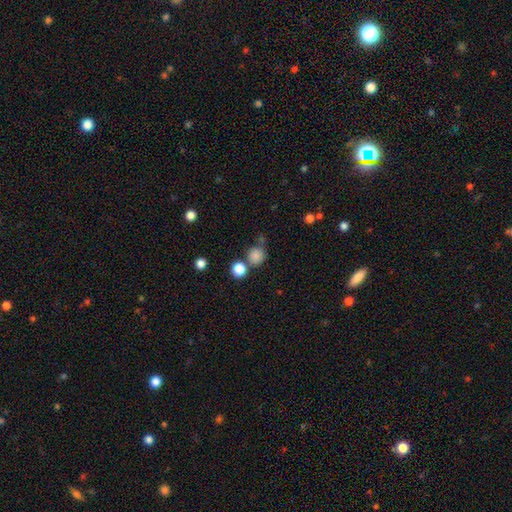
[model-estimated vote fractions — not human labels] smooth 83%, star or artifact 12%, featured or disk 5%. Down the decision tree: how rounded — round (88%); merging — none (63%).